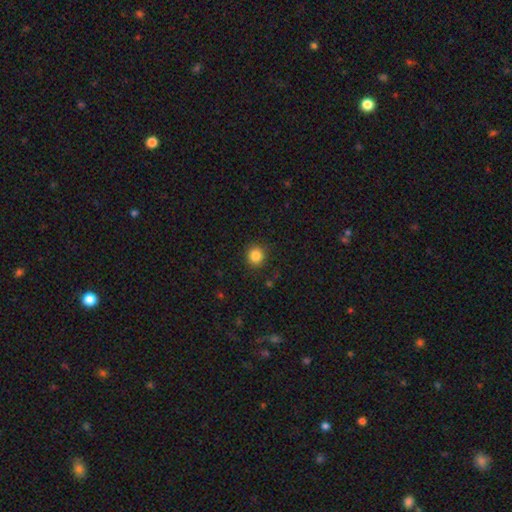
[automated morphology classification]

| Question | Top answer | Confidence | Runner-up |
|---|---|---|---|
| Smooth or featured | smooth | 85% | star or artifact (11%) |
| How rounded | round | 90% | in between (9%) |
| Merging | none | 90% | minor disturbance (7%) |